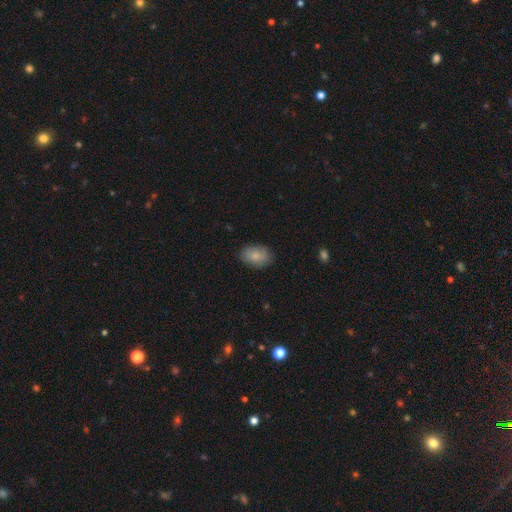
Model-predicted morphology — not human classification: This appears to be a smooth galaxy with no disk features (85%) that is in between round and cigar-shaped (86%). Merging: none (82%).